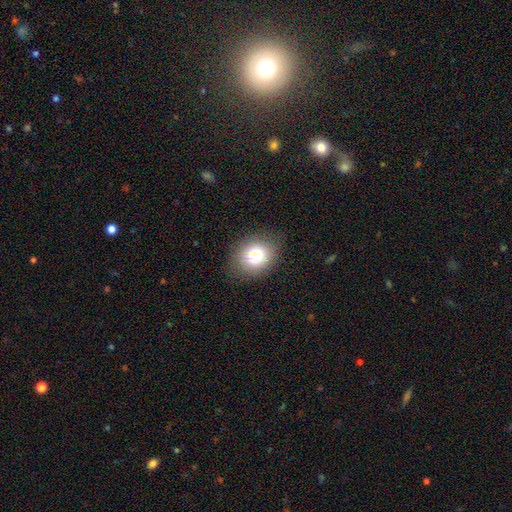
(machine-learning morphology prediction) type=smooth (78%); roundness=round (59%); merging=none (83%).